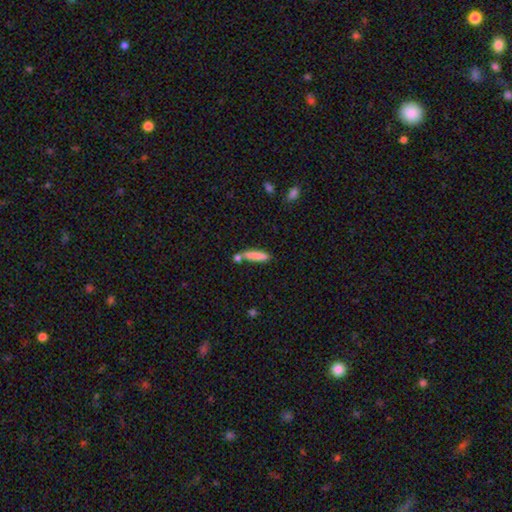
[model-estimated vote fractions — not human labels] The model was most divided on "merging": none: 67%, merger: 17%, minor disturbance: 13%, major disturbance: 3%. More confident: how rounded — cigar-shaped (84%); smooth or featured — smooth (82%).